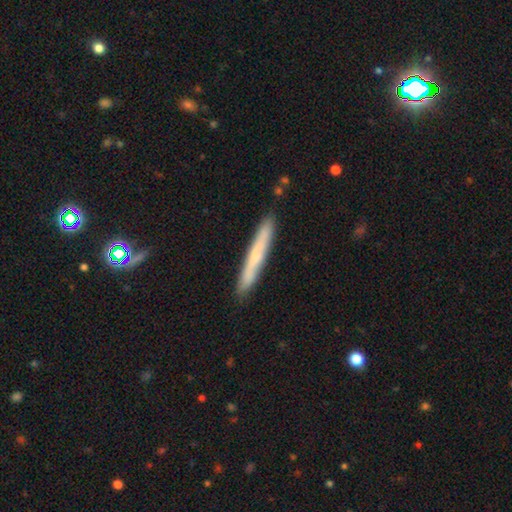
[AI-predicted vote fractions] Smooth or featured? smooth (55%)
How rounded? cigar-shaped (96%)
Merging? none (89%)